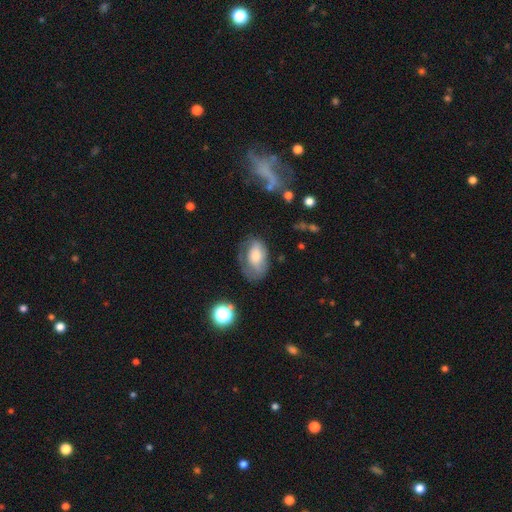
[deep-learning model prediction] smooth_or_featured: smooth (p=0.52) [alt: featured or disk p=0.39]
how_rounded: in between (p=0.86) [alt: round p=0.12]
merging: none (p=0.46) [alt: minor disturbance p=0.28]